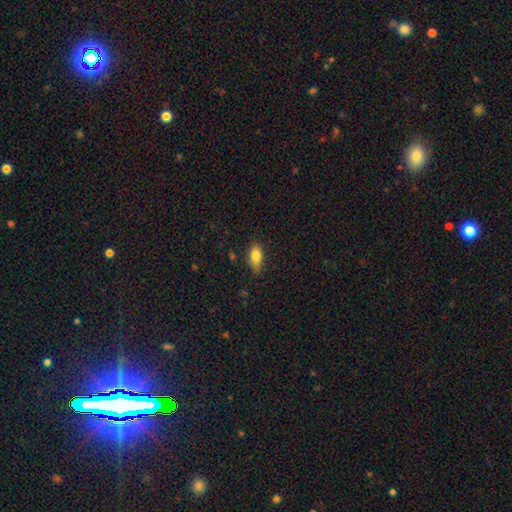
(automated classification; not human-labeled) This appears to be a smooth galaxy with no disk features (81%) that is in between round and cigar-shaped (85%). Merging: none (76%).